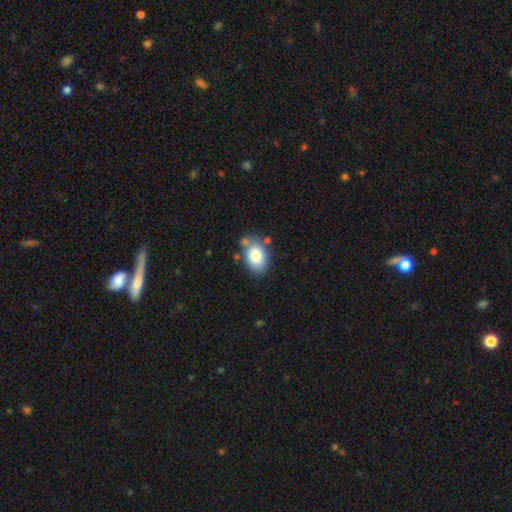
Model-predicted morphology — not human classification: The model was most divided on "merging": none: 68%, minor disturbance: 17%, merger: 9%, major disturbance: 5%. More confident: smooth or featured — smooth (84%); how rounded — in between (82%).